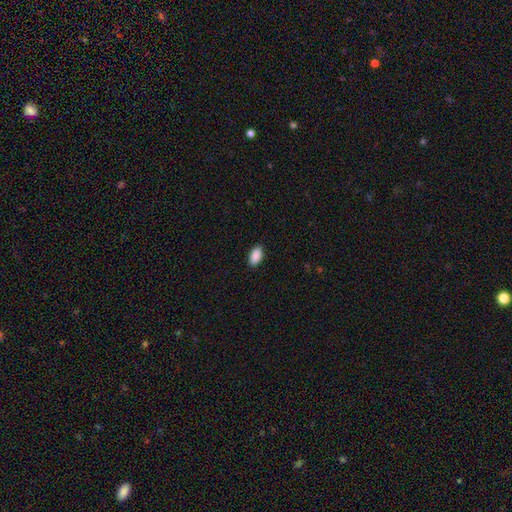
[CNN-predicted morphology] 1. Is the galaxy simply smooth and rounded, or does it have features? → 91% smooth, 7% star or artifact, 3% featured or disk.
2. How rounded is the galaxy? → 94% in between, 3% round, 2% cigar-shaped.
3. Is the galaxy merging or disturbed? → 90% none, 8% minor disturbance, 2% major disturbance, 1% merger.